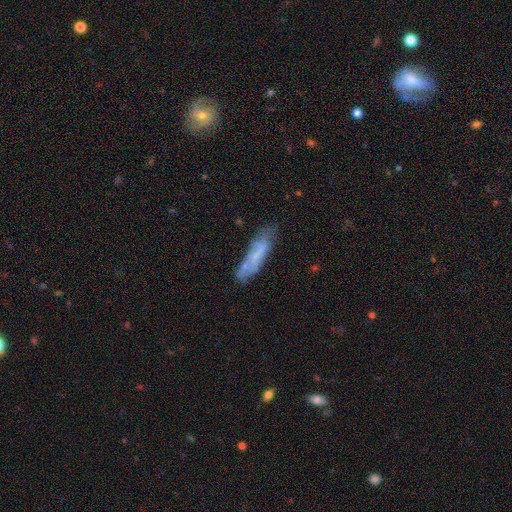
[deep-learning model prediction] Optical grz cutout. It shows a smooth galaxy with no disk features (52%) that is cigar-shaped (69%). Merging: none (56%).